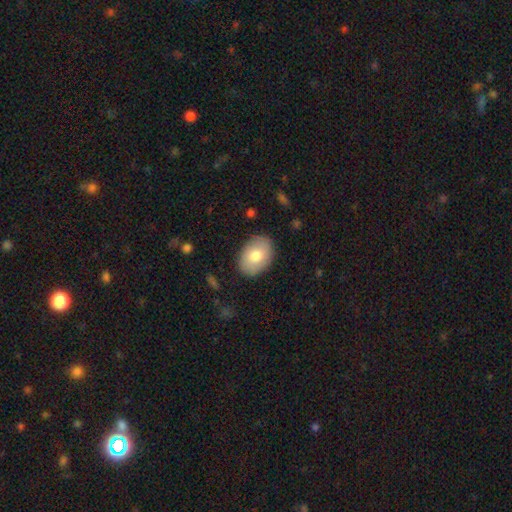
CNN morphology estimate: type=smooth (76%); roundness=in between (81%); merging=none (86%).